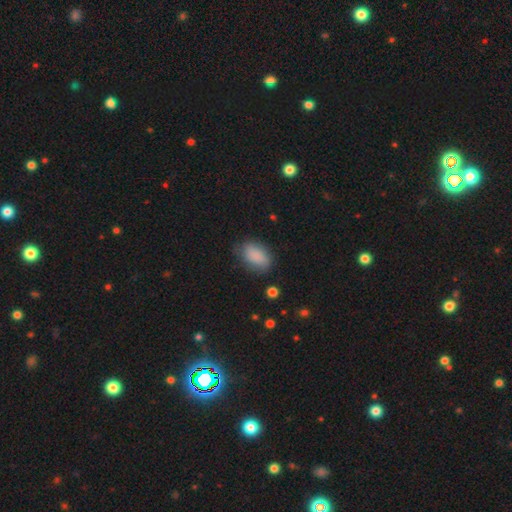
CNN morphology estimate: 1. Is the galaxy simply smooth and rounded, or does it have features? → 86% smooth, 8% star or artifact, 7% featured or disk.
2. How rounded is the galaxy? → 89% in between, 9% round, 2% cigar-shaped.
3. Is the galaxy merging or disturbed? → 68% none, 23% minor disturbance, 6% major disturbance, 2% merger.